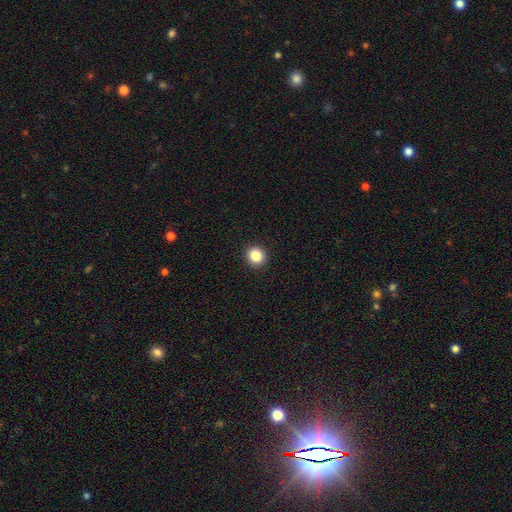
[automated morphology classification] Overall: smooth (86%). How rounded: round (89%). Merging: none (93%).